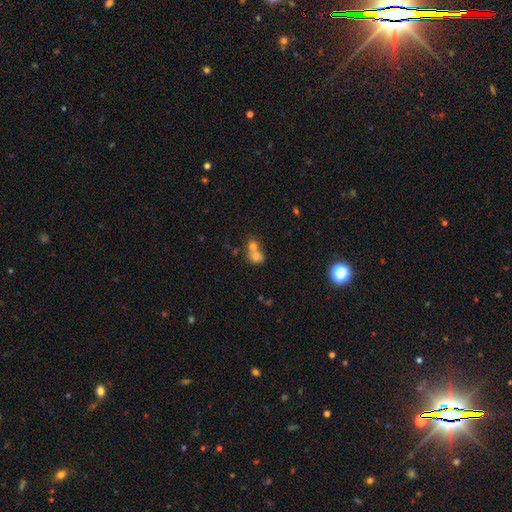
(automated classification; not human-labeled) Smooth or featured? smooth (72%)
How rounded? round (69%)
Merging? merger (65%)